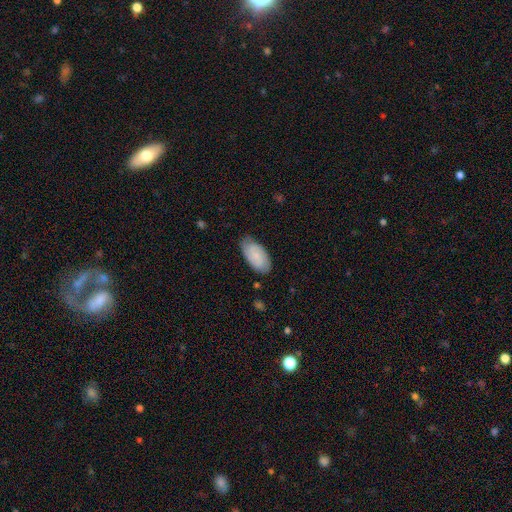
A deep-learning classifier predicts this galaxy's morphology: A smooth galaxy with no disk features (52%) that is in between round and cigar-shaped (94%). Merging: none (74%).